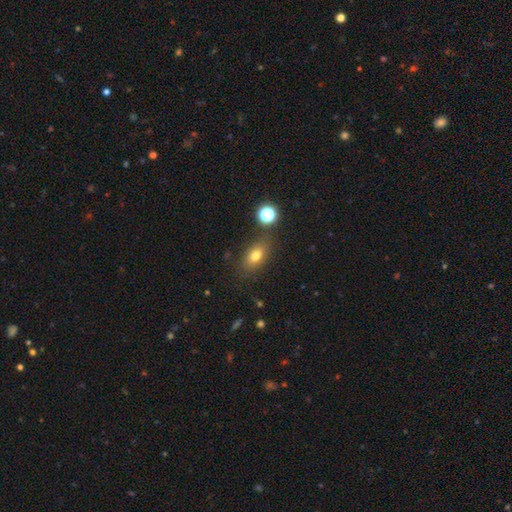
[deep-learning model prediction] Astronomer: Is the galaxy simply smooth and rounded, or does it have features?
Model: smooth — 75%.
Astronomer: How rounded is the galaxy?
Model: in between — 78%.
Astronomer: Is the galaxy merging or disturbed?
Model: none — 79%.